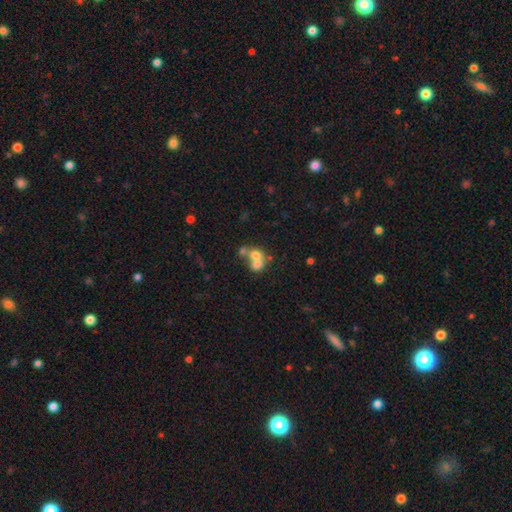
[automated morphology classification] Smooth or featured? smooth (62%)
How rounded? round (70%)
Merging? merger (65%)